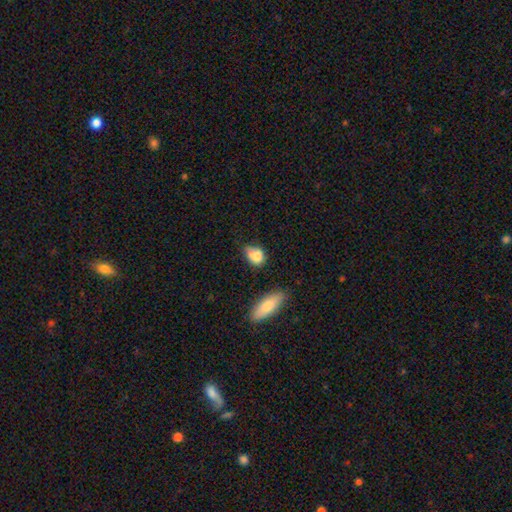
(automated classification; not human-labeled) The model was most divided on "merging": none: 47%, minor disturbance: 33%, merger: 11%, major disturbance: 9%. More confident: smooth or featured — smooth (83%); how rounded — in between (71%).